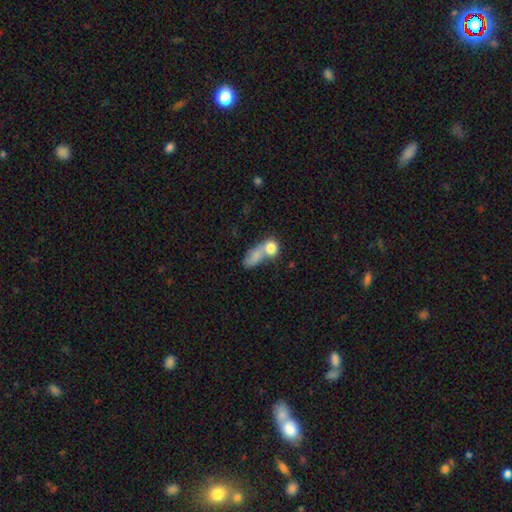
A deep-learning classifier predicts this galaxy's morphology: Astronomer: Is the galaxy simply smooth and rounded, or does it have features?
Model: smooth — 72%.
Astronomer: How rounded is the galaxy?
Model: in between — 62%.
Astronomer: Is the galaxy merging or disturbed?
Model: merger — 65%.